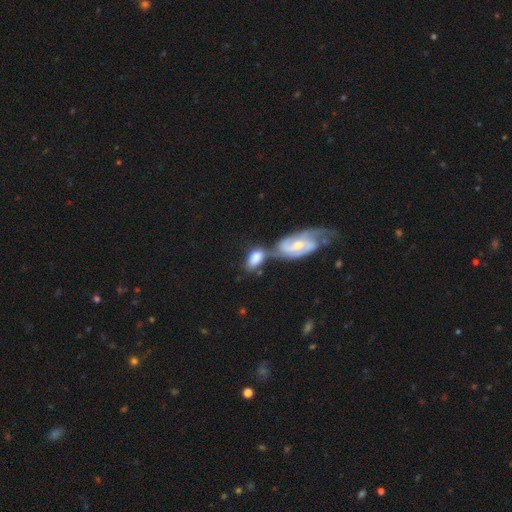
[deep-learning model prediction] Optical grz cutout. It shows a smooth galaxy with no disk features (61%) that is in between round and cigar-shaped (90%). Merging: merger (54%).